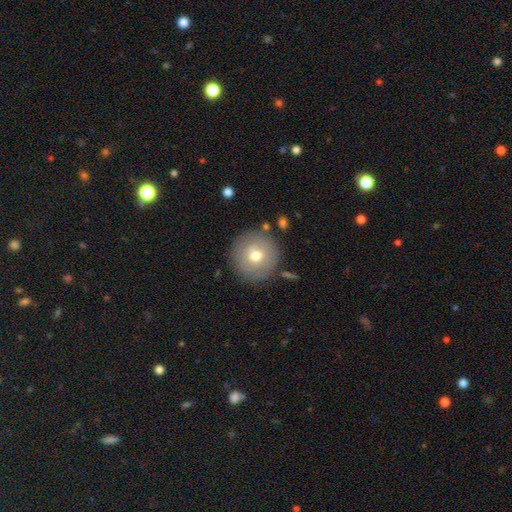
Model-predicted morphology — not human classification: smooth-or-featured: smooth: 67% | featured or disk: 24% | star or artifact: 9%
  how-rounded: round: 95% | in between: 4% | cigar-shaped: 1%
  merging: none: 84% | minor disturbance: 10% | major disturbance: 3% | merger: 3%